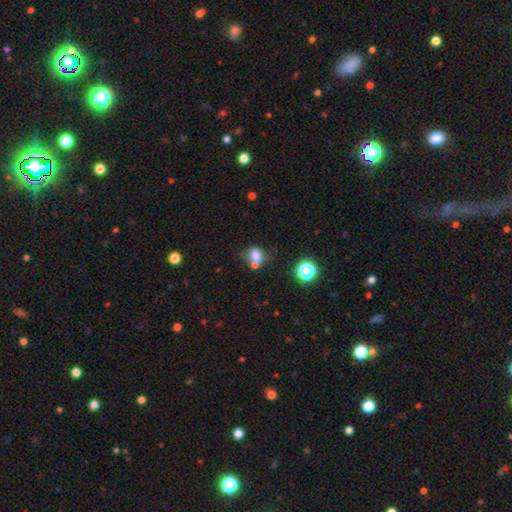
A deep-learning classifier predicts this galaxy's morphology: This appears to be a smooth galaxy with no disk features (72%) that is in between round and cigar-shaped (60%). Merging: merger (36%).